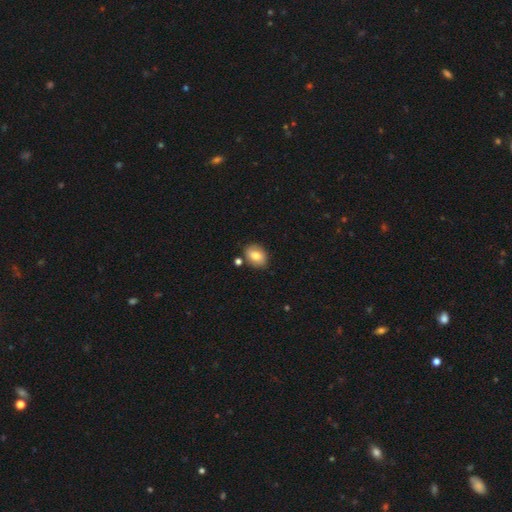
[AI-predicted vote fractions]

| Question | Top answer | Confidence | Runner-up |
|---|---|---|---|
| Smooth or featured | smooth | 79% | featured or disk (13%) |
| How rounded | in between | 73% | round (26%) |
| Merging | none | 79% | minor disturbance (13%) |